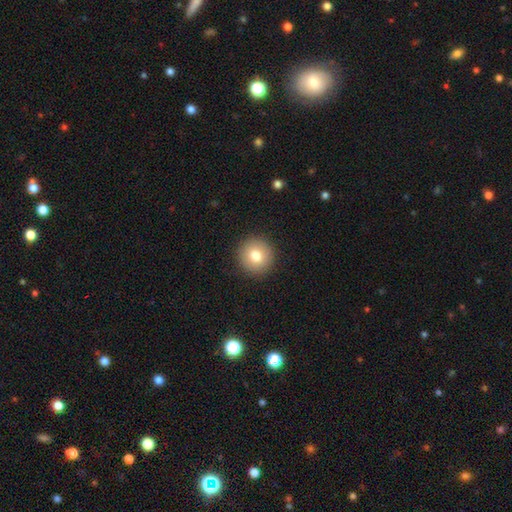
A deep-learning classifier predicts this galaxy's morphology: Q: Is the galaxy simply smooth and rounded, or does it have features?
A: smooth — 78%.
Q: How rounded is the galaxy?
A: round — 93%.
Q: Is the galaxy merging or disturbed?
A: none — 92%.